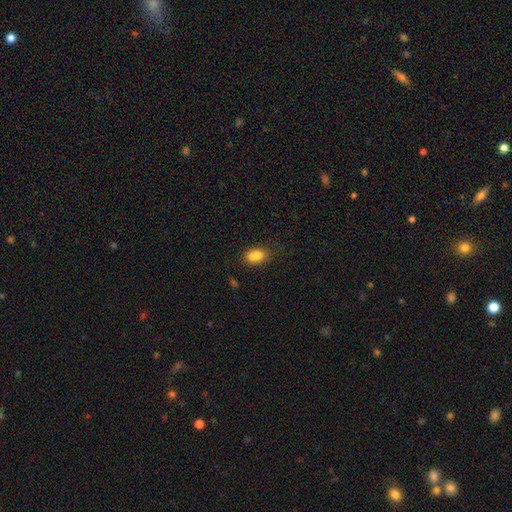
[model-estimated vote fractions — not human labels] Smooth or featured: smooth — 78% (featured or disk — 11%)
How rounded: in between — 76% (round — 21%)
Merging: none — 45% (merger — 30%)